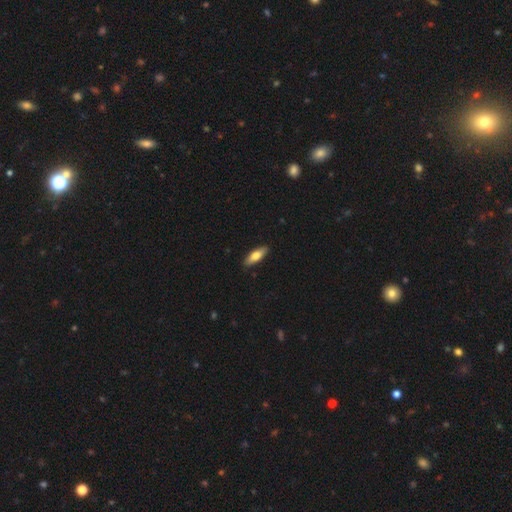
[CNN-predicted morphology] Smooth or featured: smooth — 70% (featured or disk — 24%)
How rounded: in between — 59% (cigar-shaped — 39%)
Merging: none — 90% (minor disturbance — 8%)